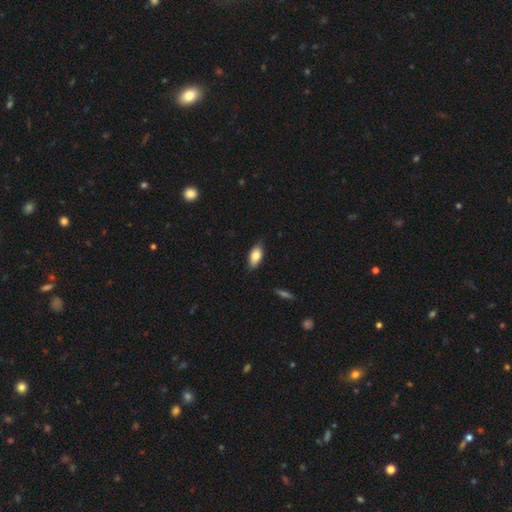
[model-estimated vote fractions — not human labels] A smooth galaxy with no disk features (80%) that is in between round and cigar-shaped (90%).

Vote fractions:
- Smooth or featured? smooth: 80% / featured or disk: 14% / star or artifact: 7%
- How rounded? in between: 90% / cigar-shaped: 7% / round: 3%
- Merging? none: 81% / minor disturbance: 16% / major disturbance: 2% / merger: 1%